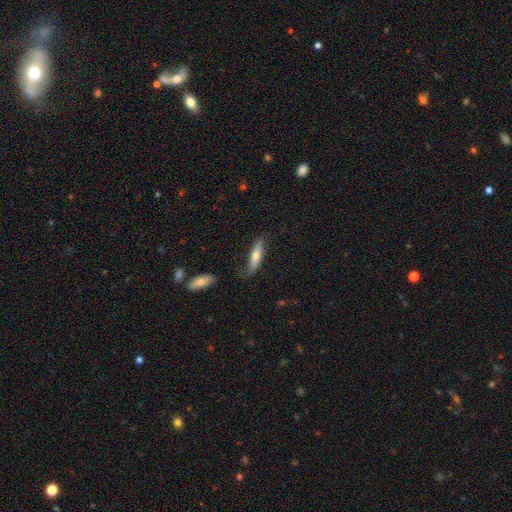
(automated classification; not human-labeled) A smooth galaxy with no disk features (56%) that is cigar-shaped (71%).

Vote fractions:
- Smooth or featured? smooth: 56% / featured or disk: 38% / star or artifact: 6%
- How rounded? cigar-shaped: 71% / in between: 27% / round: 2%
- Merging? none: 63% / minor disturbance: 25% / major disturbance: 9% / merger: 3%